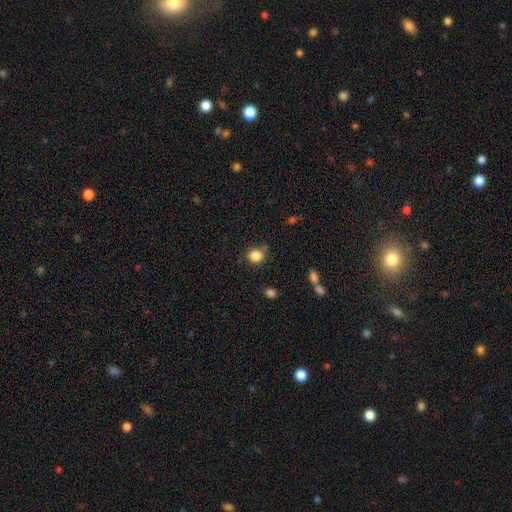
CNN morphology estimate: Smooth or featured? smooth (85%)
How rounded? round (84%)
Merging? none (73%)